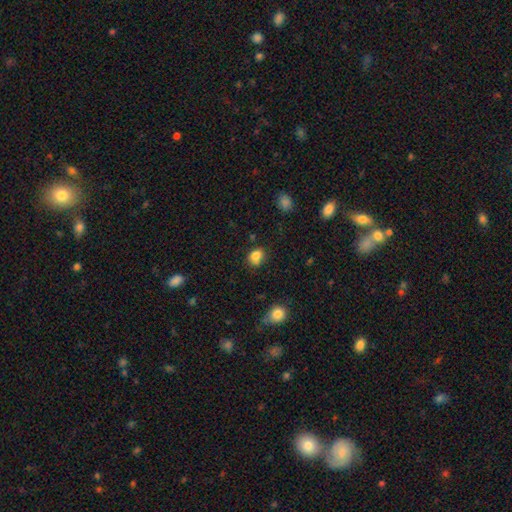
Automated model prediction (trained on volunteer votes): Smooth or featured? smooth (81%)
How rounded? round (55%)
Merging? none (61%)